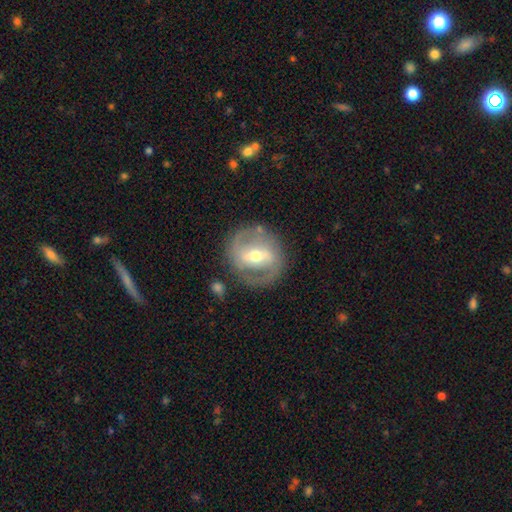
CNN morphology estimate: type=featured or disk (77%); edge-on=no (96%); bar=strong (44%); spiral arms=yes (77%); winding=medium (46%); arm count=2 (83%); bulge=moderate (64%); merging=none (80%).